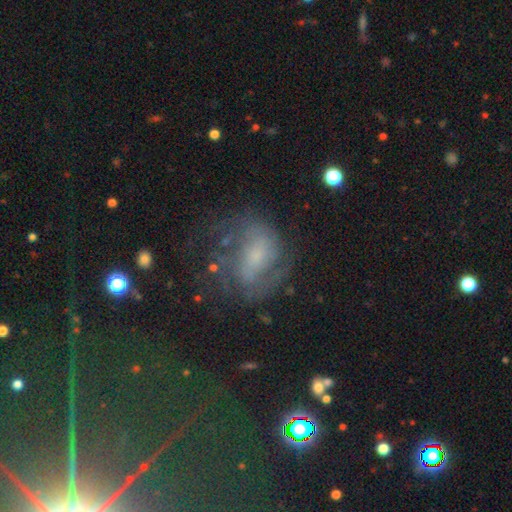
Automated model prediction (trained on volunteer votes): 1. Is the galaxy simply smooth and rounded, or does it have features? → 67% featured or disk, 19% smooth, 13% star or artifact.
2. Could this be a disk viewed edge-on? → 97% no, 3% yes.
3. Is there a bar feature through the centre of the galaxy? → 44% weak, 40% no, 15% strong.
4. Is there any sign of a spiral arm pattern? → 84% yes, 16% no.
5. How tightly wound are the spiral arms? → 47% medium, 30% tight, 23% loose.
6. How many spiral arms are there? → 53% 2, 26% can't tell, 8% 3, 6% 1, 4% 4, 3% more than 4.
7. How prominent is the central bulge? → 44% small, 30% moderate, 17% none, 7% large, 2% dominant.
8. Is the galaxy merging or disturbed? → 56% none, 21% major disturbance, 20% minor disturbance, 3% merger.